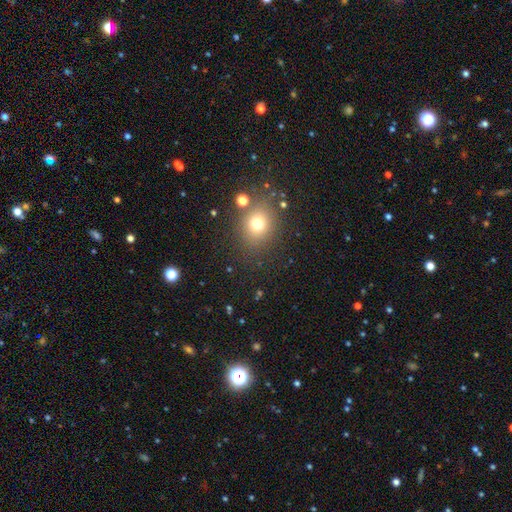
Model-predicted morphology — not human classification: Smooth or featured? Predicted: smooth (p=0.57). How rounded? Predicted: round (p=0.65). Merging? Predicted: none (p=0.83).